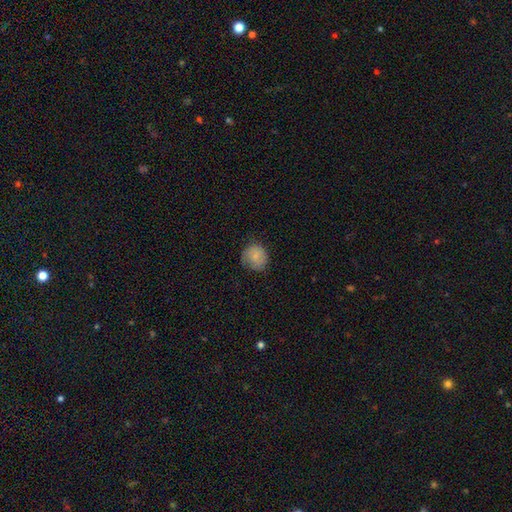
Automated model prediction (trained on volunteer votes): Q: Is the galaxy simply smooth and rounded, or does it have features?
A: smooth — 77%.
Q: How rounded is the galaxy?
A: round — 86%.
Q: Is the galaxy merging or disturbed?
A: none — 66%.